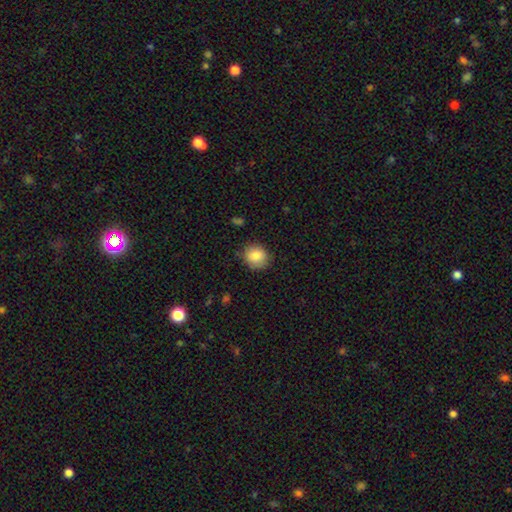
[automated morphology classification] The model was most divided on "how rounded": round: 83%, in between: 16%, cigar-shaped: 1%. More confident: smooth or featured — smooth (84%); merging — none (83%).